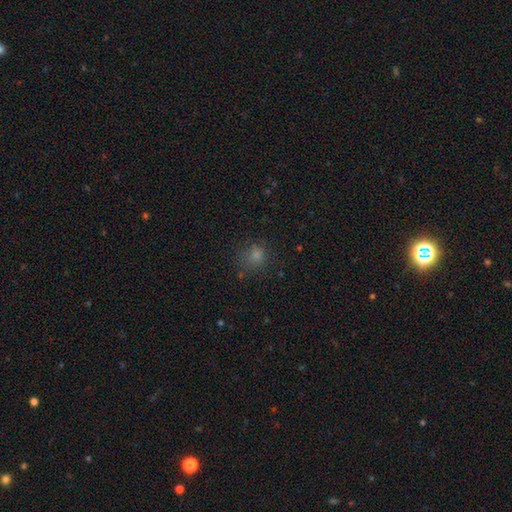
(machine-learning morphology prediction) smooth_or_featured: smooth (p=0.73) [alt: star or artifact p=0.19]
how_rounded: round (p=0.75) [alt: in between p=0.24]
merging: none (p=0.66) [alt: minor disturbance p=0.19]